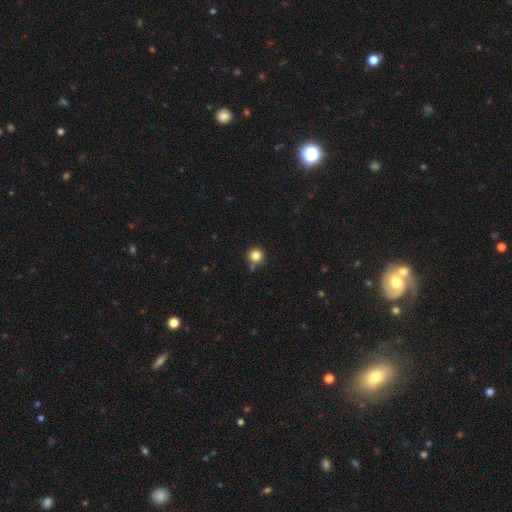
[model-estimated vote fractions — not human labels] Overall: smooth (83%). How rounded: round (94%). Merging: none (76%).